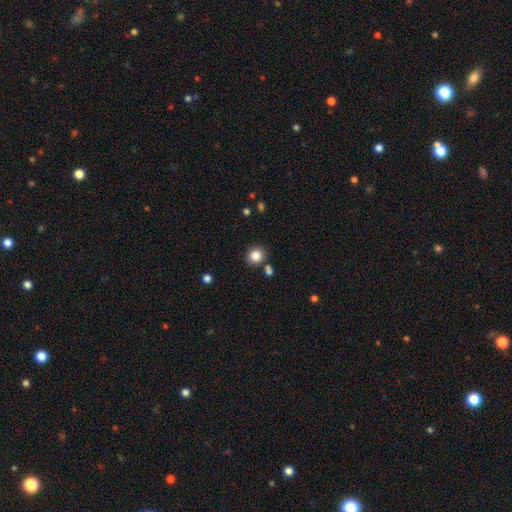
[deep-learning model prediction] A smooth galaxy with no disk features (85%) that is round (82%). Merging: none (83%).